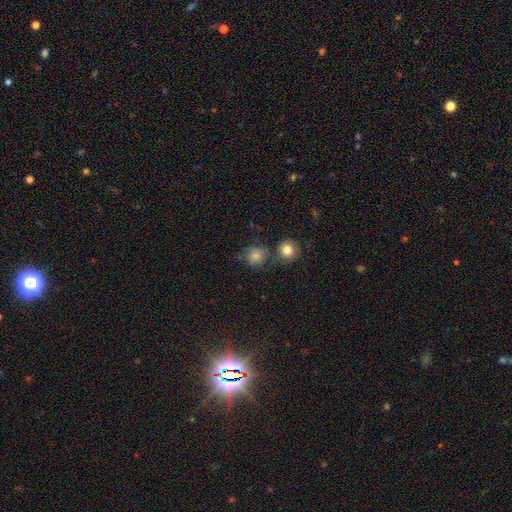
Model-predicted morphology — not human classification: type=smooth (79%); roundness=round (84%); merging=none (58%).